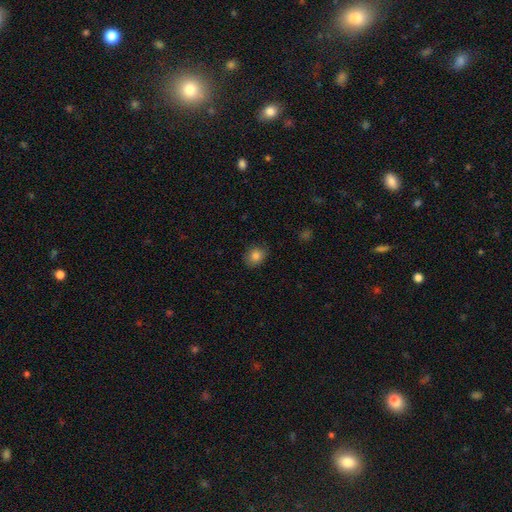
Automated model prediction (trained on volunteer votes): Q: Smooth or featured?
A: smooth (82%); runner-up: star or artifact (11%)
Q: How rounded?
A: round (59%); runner-up: in between (40%)
Q: Merging?
A: none (81%); runner-up: minor disturbance (15%)